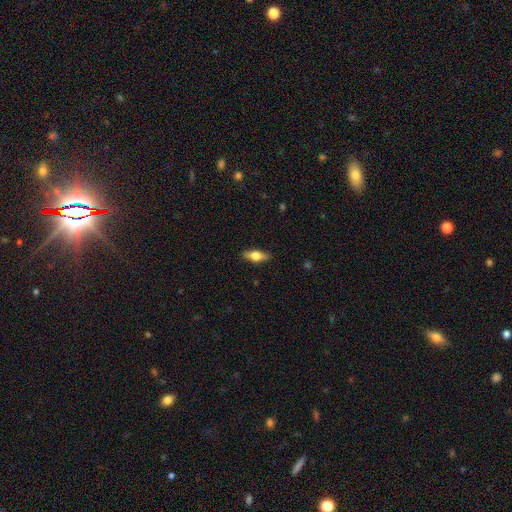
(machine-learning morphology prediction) smooth-or-featured: smooth: 53% | featured or disk: 41% | star or artifact: 7%
  how-rounded: in between: 63% | cigar-shaped: 33% | round: 4%
  merging: none: 88% | minor disturbance: 9% | major disturbance: 2% | merger: 1%